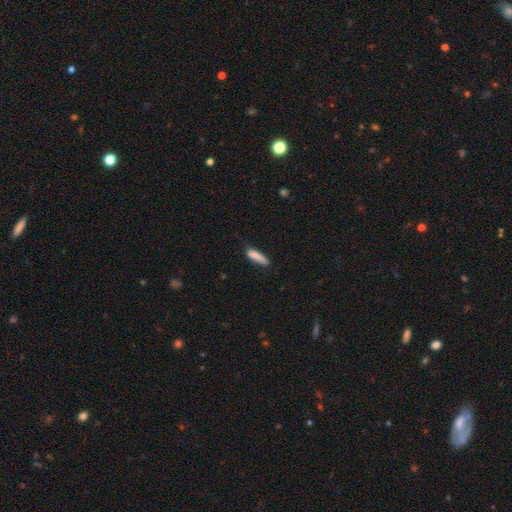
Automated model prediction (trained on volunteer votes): Morphology: type=smooth (84%); roundness=cigar-shaped (70%); merging=none (70%).